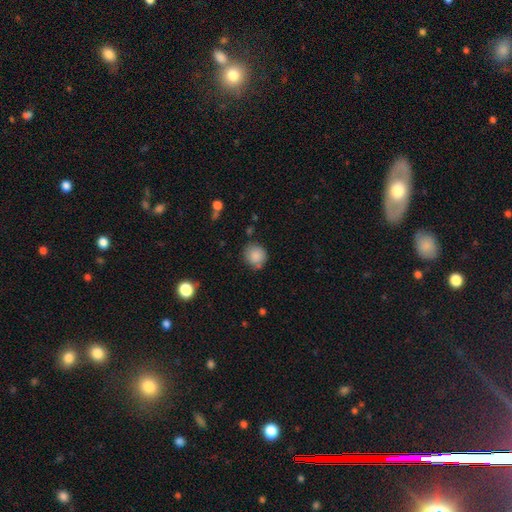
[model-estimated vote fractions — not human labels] Morphology: type=smooth (86%); roundness=round (86%); merging=none (75%).